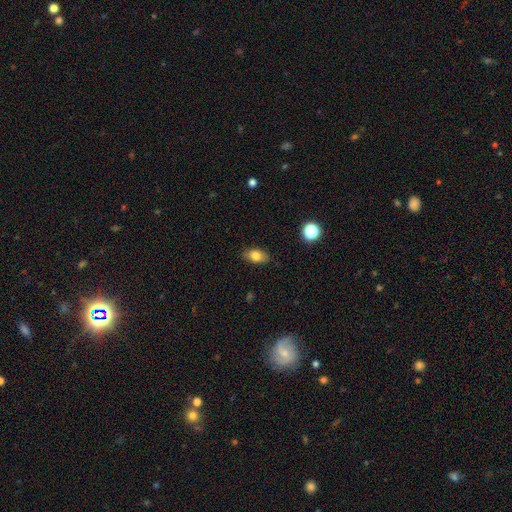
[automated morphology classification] A smooth galaxy with no disk features (80%) that is in between round and cigar-shaped (88%).

Vote fractions:
- Smooth or featured? smooth: 80% / featured or disk: 11% / star or artifact: 9%
- How rounded? in between: 88% / round: 9% / cigar-shaped: 3%
- Merging? none: 85% / minor disturbance: 11% / major disturbance: 2% / merger: 1%